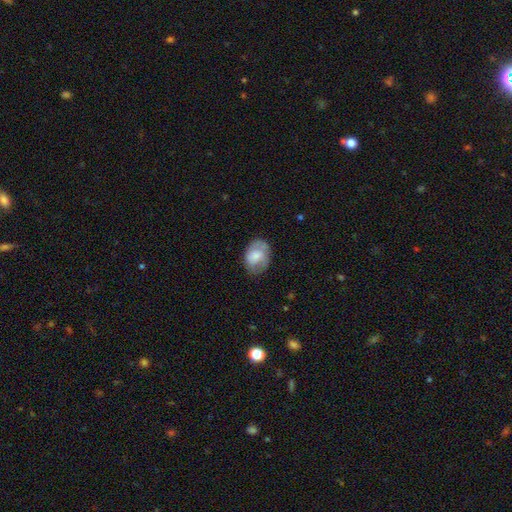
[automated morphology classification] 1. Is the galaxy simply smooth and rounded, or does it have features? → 67% smooth, 26% featured or disk, 7% star or artifact.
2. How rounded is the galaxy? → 75% in between, 24% round, 1% cigar-shaped.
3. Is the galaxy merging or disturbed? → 66% none, 24% minor disturbance, 9% major disturbance, 1% merger.